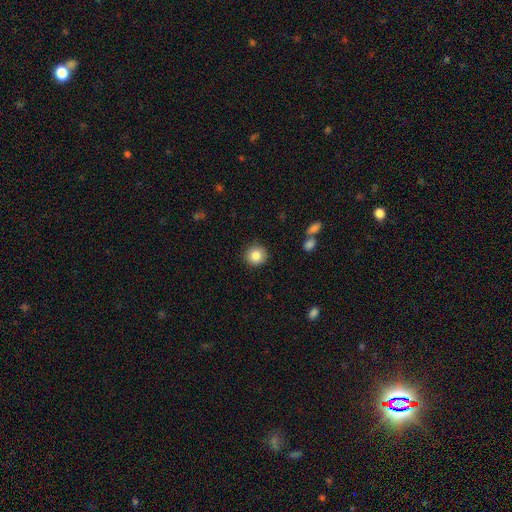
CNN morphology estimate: Smooth or featured? smooth (85%)
How rounded? round (92%)
Merging? none (90%)